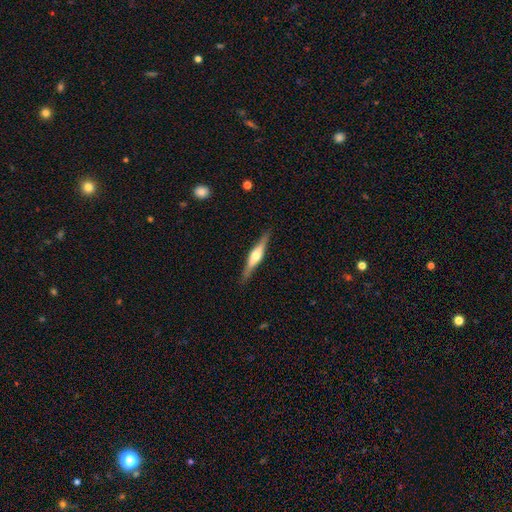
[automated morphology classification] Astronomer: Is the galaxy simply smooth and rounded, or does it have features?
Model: featured or disk — 71%.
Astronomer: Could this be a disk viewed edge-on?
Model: yes — 97%.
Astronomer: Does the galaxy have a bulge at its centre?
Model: rounded — 86%.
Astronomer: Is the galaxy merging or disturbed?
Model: none — 88%.